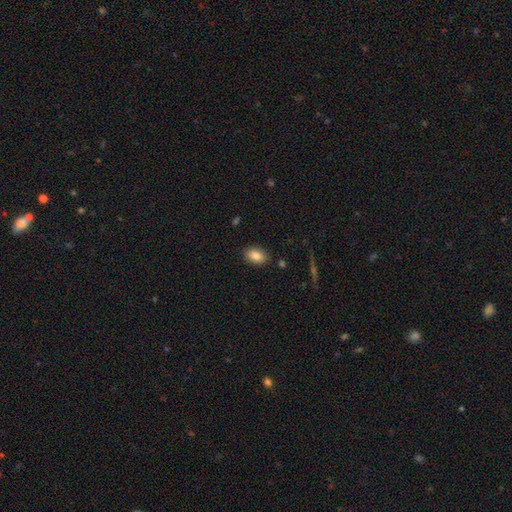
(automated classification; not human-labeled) Smooth or featured: smooth — 84% (star or artifact — 8%)
How rounded: in between — 87% (round — 11%)
Merging: none — 86% (minor disturbance — 10%)